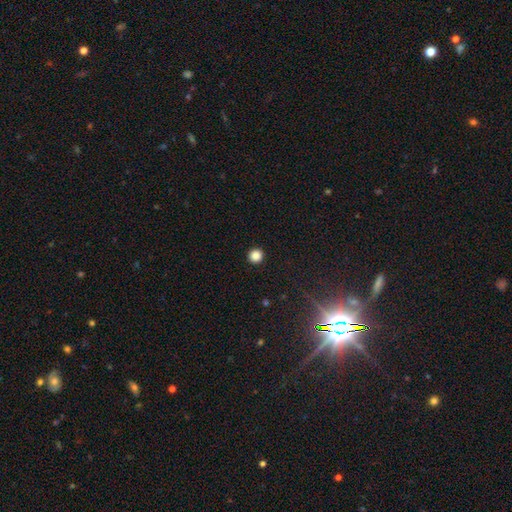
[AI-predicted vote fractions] The model was most divided on "smooth or featured": smooth: 86%, star or artifact: 11%, featured or disk: 3%. More confident: how rounded — round (95%); merging — none (93%).